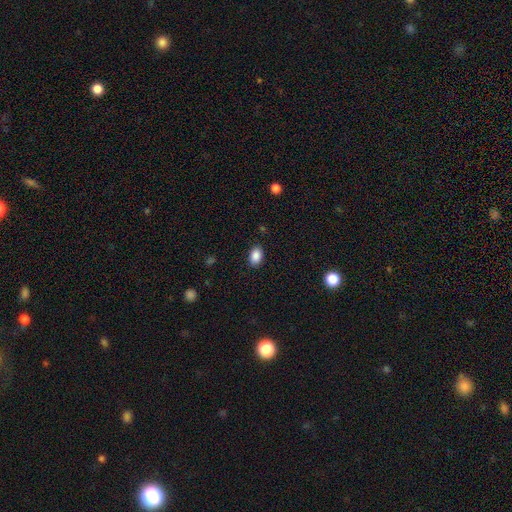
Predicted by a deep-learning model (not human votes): Overall: smooth (88%). How rounded: in between (85%). Merging: none (88%).